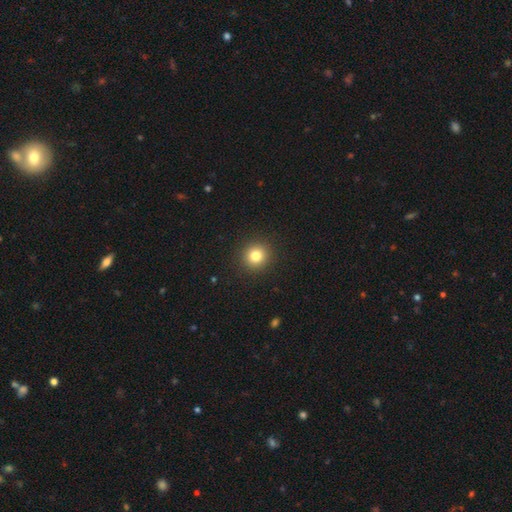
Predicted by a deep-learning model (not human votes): This is clearly a smooth galaxy (81%). How rounded: clearly round (92%). Merging: clearly none (92%).